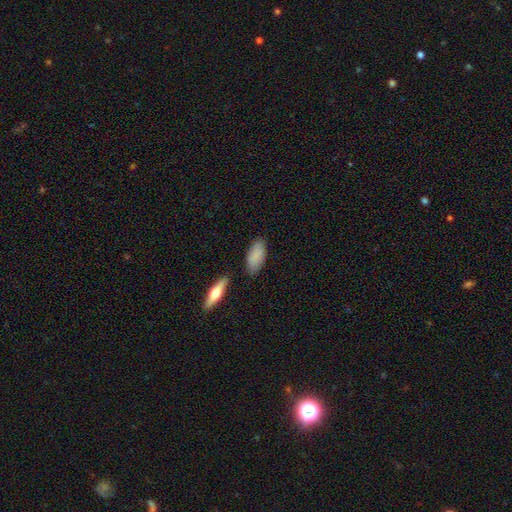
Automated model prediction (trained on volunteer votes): Smooth or featured? Predicted: smooth (p=0.86). How rounded? Predicted: in between (p=0.89). Merging? Predicted: none (p=0.77).